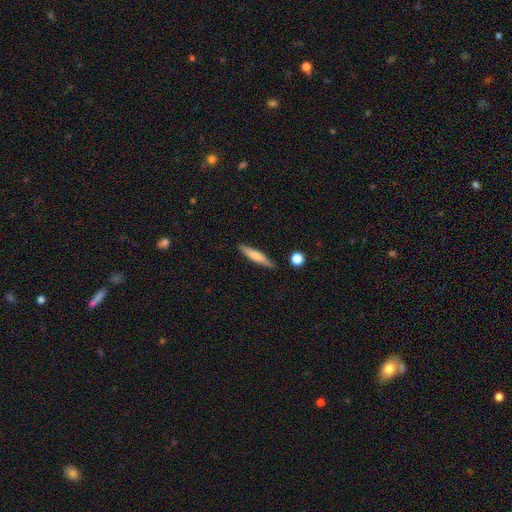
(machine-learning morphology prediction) smooth 66%, featured or disk 28%, star or artifact 6%. Down the decision tree: how rounded — cigar-shaped (88%); merging — none (86%).